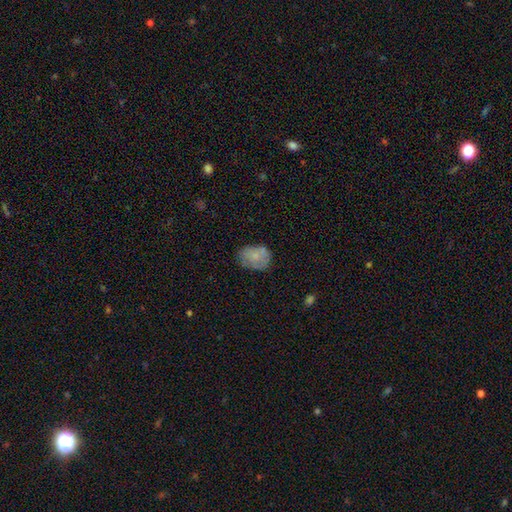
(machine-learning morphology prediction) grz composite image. It shows a smooth galaxy with no disk features (70%) that is in between round and cigar-shaped (65%). Merging: none (59%).